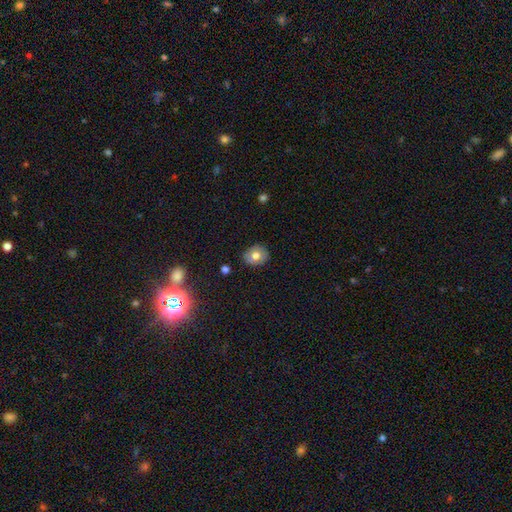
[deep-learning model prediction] Q: Smooth or featured?
A: smooth (72%); runner-up: featured or disk (18%)
Q: How rounded?
A: round (57%); runner-up: in between (42%)
Q: Merging?
A: none (85%); runner-up: minor disturbance (11%)